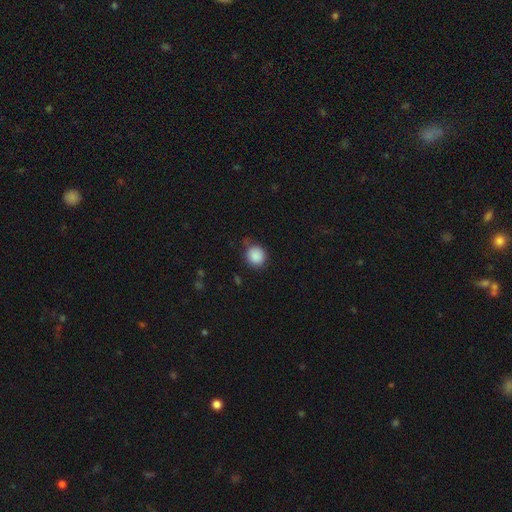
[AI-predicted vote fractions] A smooth galaxy with no disk features (88%) that is round (86%). Merging: none (73%).